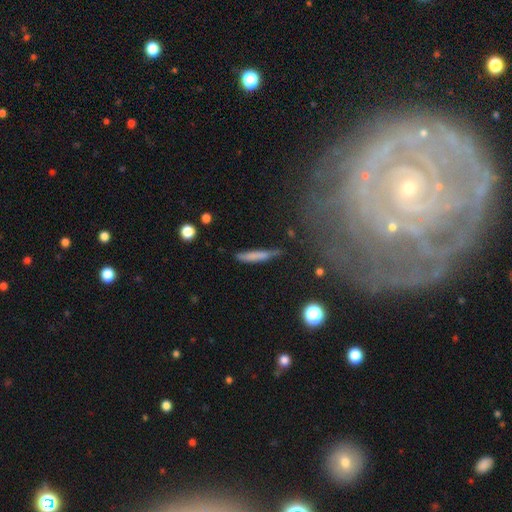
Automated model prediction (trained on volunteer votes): smooth-or-featured: smooth: 70% | featured or disk: 23% | star or artifact: 8%
  how-rounded: cigar-shaped: 92% | in between: 6% | round: 2%
  merging: none: 73% | minor disturbance: 19% | major disturbance: 5% | merger: 4%